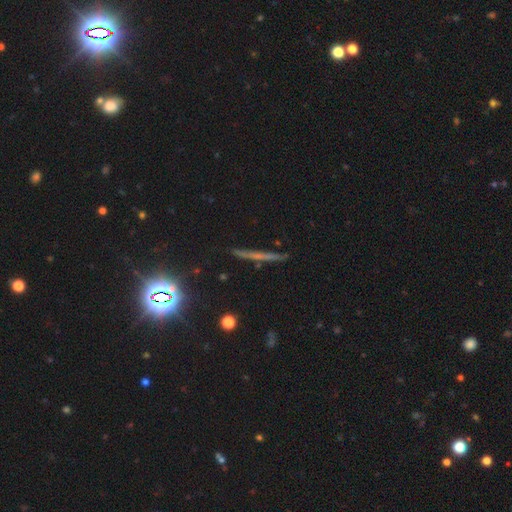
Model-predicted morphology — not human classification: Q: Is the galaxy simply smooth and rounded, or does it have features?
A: featured or disk — 47%.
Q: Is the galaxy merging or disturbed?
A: none — 88%.